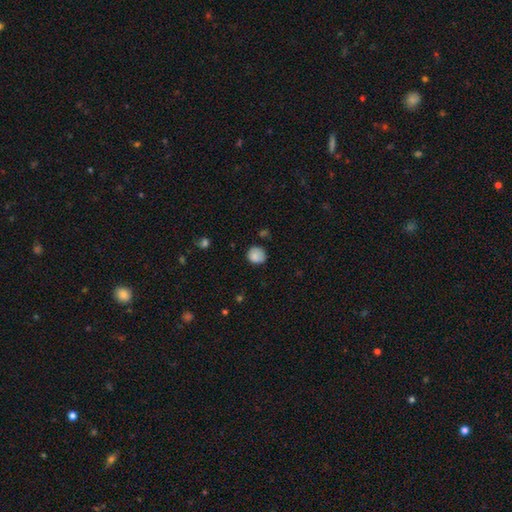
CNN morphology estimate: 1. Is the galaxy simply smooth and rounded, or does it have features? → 84% smooth, 9% star or artifact, 8% featured or disk.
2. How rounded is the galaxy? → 84% round, 15% in between, 1% cigar-shaped.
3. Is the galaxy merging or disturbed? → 72% none, 21% minor disturbance, 5% major disturbance, 2% merger.